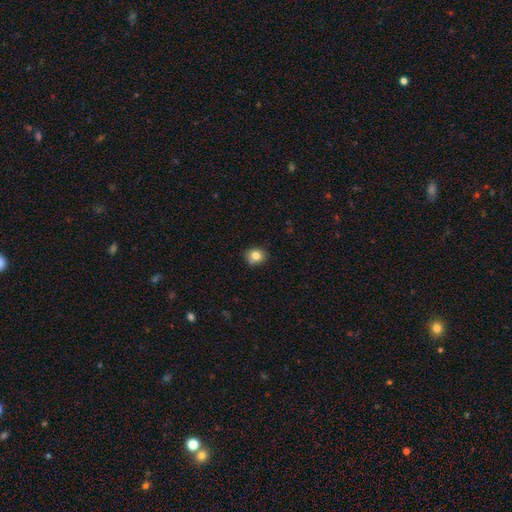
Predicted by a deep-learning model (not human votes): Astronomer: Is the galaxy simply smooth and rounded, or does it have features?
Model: smooth — 81%.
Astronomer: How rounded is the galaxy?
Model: round — 75%.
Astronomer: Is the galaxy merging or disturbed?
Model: none — 79%.